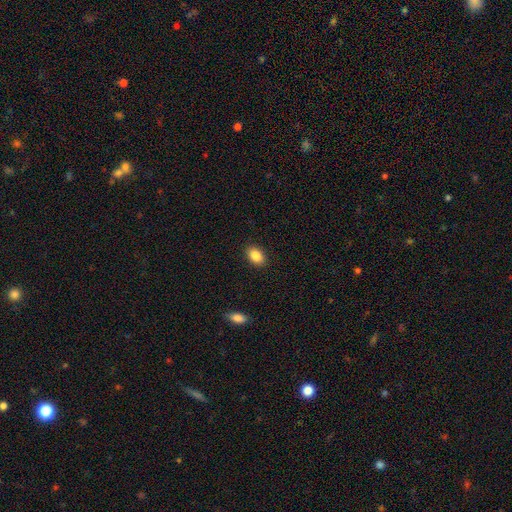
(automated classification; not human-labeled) Overall: smooth (87%). How rounded: in between (86%). Merging: none (89%).